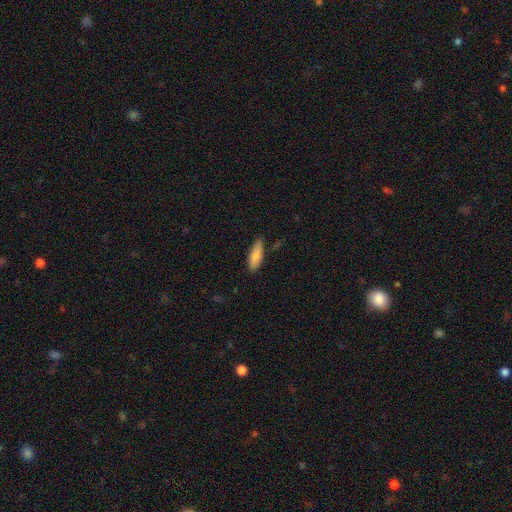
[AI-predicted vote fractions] This is clearly a smooth galaxy (83%). How rounded: possibly in between (57%). Merging: clearly none (81%).